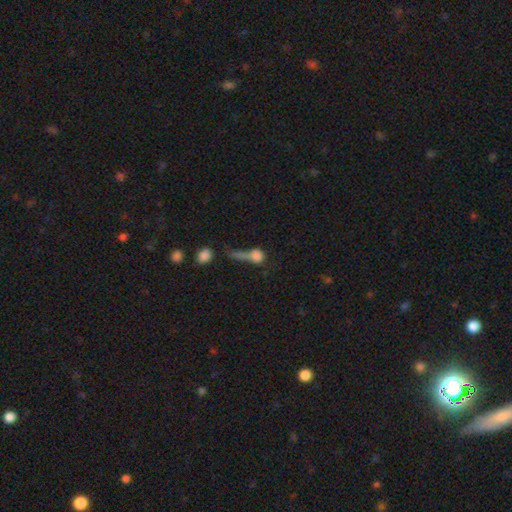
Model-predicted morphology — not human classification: Q: Smooth or featured?
A: smooth (70%); runner-up: featured or disk (18%)
Q: How rounded?
A: round (49%); runner-up: in between (35%)
Q: Merging?
A: merger (31%); tied with: major disturbance (31%)